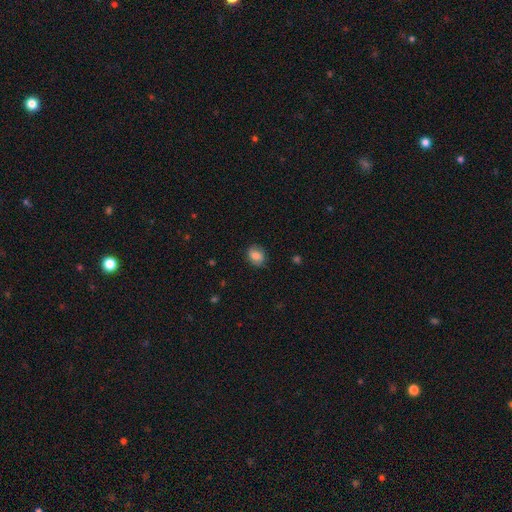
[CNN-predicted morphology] This appears to be a smooth galaxy with no disk features (81%) that is round (51%). Merging: none (82%).